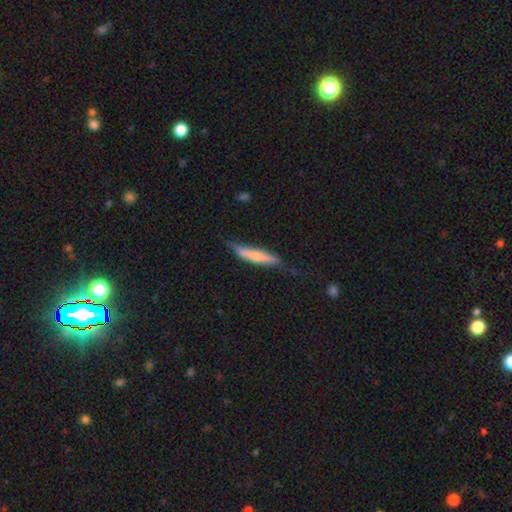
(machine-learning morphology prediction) smooth-or-featured: smooth: 61% | featured or disk: 34% | star or artifact: 6%
  how-rounded: cigar-shaped: 89% | in between: 9% | round: 2%
  merging: none: 62% | minor disturbance: 28% | major disturbance: 7% | merger: 2%